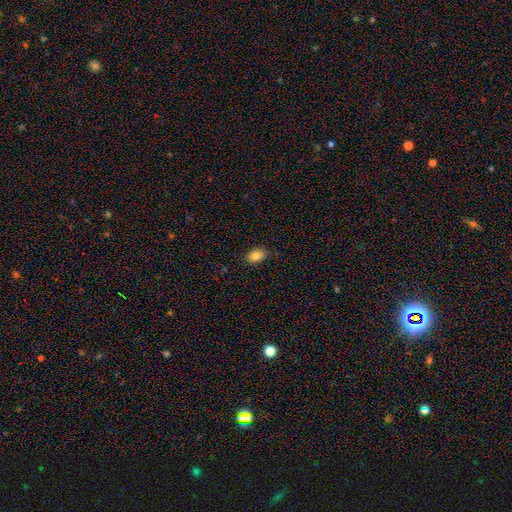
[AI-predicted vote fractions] This is clearly a smooth galaxy (84%). How rounded: clearly in between (82%). Merging: clearly none (86%).